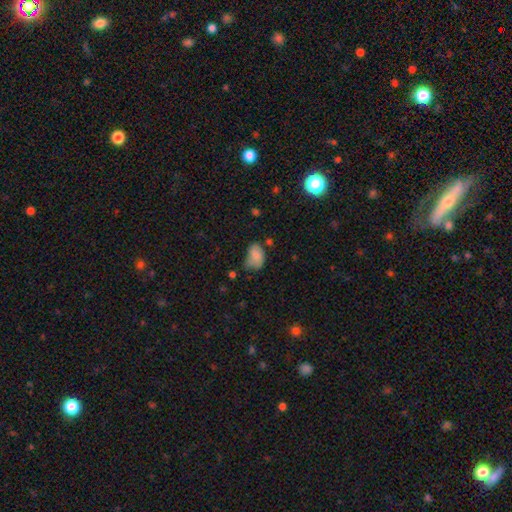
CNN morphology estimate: Overall: smooth (78%). How rounded: in between (82%). Merging: minor disturbance (38%, tied with none).